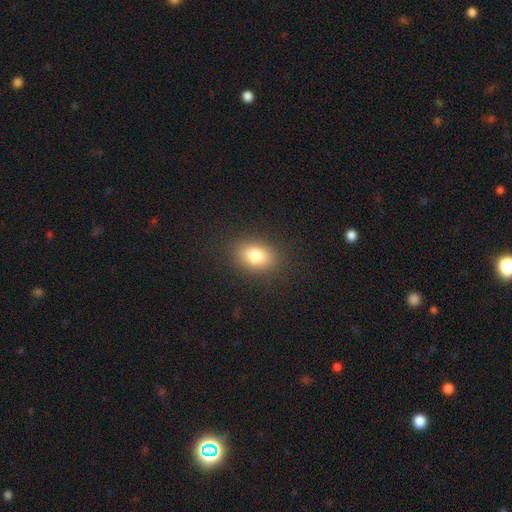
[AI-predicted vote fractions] smooth 80%, star or artifact 11%, featured or disk 9%. Down the decision tree: how rounded — in between (73%); merging — none (87%).